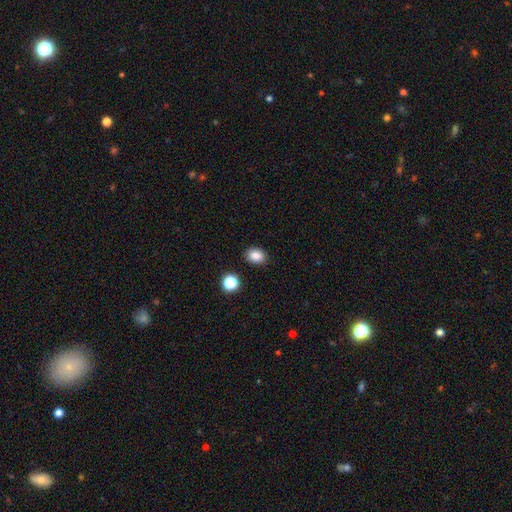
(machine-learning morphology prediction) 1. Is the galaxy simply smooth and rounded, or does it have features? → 85% smooth, 11% star or artifact, 4% featured or disk.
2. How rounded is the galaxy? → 60% in between, 39% round, 1% cigar-shaped.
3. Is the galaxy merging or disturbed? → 88% none, 8% minor disturbance, 2% merger, 2% major disturbance.